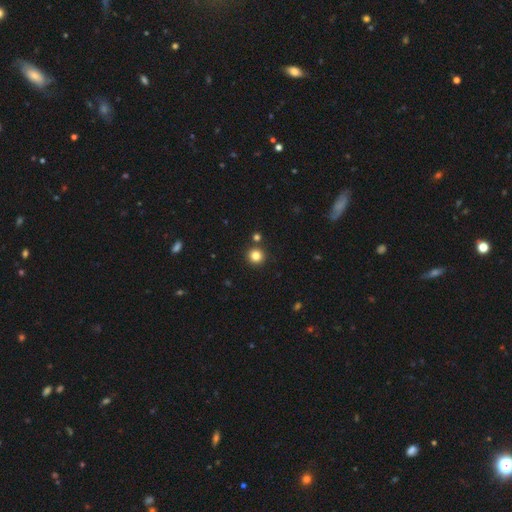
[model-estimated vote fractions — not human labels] This is clearly a smooth galaxy (83%). How rounded: clearly round (95%). Merging: clearly none (87%).